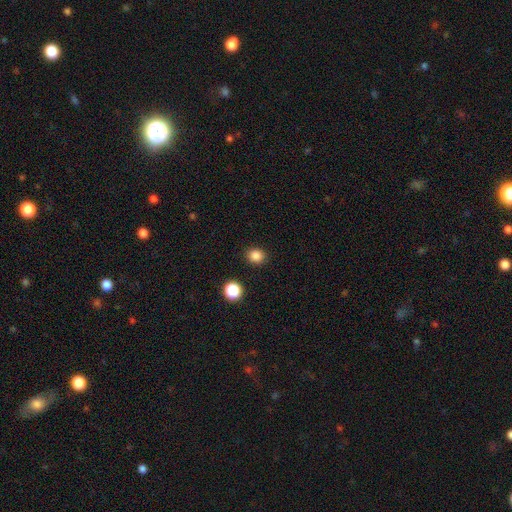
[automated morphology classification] type=smooth (84%); roundness=round (71%); merging=none (90%).